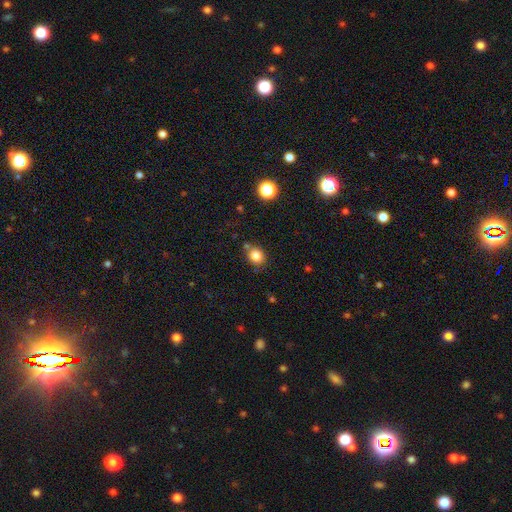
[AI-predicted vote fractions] smooth-or-featured: smooth: 82% | star or artifact: 11% | featured or disk: 6%
  how-rounded: round: 71% | in between: 28% | cigar-shaped: 1%
  merging: none: 74% | minor disturbance: 14% | merger: 8% | major disturbance: 4%